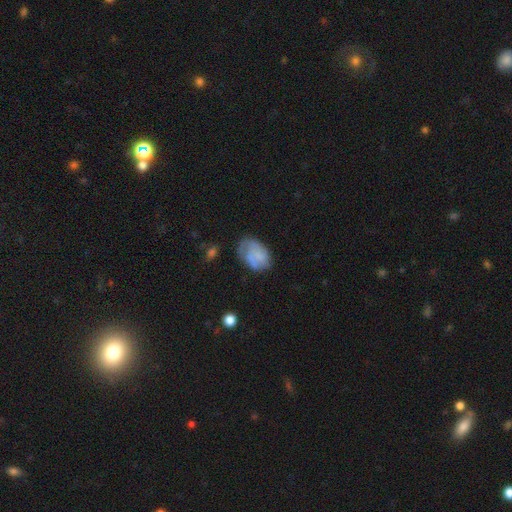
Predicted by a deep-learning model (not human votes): Smooth or featured? smooth (51%)
How rounded? in between (81%)
Merging? none (52%)